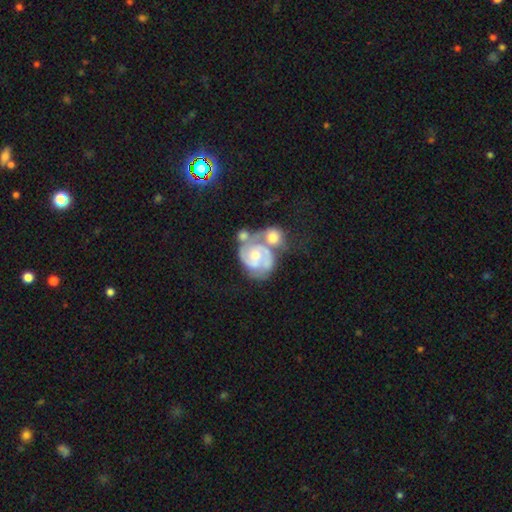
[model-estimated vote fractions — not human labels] A featured or disk galaxy (85%) with no bar (64%), 2 (71%) tight (54%) spiral arms (95%) and a moderate central bulge (51%). Merging: merger (48%).